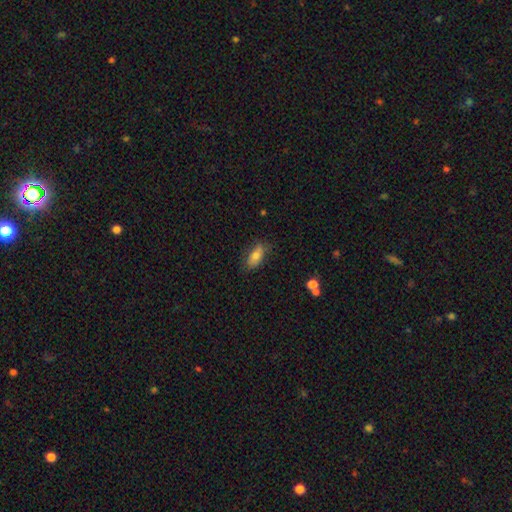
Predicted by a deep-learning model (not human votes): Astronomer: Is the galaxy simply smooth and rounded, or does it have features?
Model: smooth — 75%.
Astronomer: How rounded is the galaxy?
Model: in between — 82%.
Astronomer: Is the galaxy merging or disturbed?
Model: none — 73%.